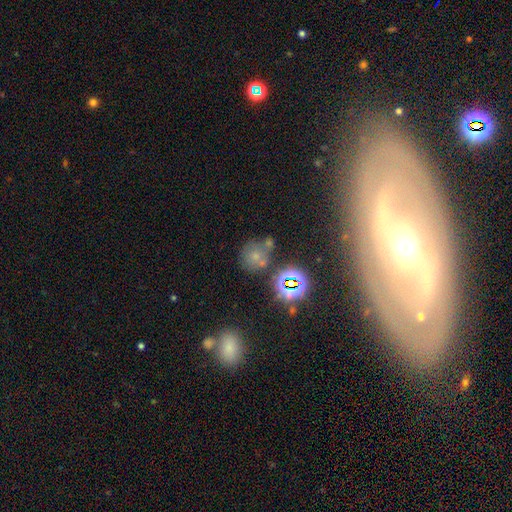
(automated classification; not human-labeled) The model was most divided on "smooth or featured": smooth: 52%, star or artifact: 33%, featured or disk: 15%. More confident: how rounded — round (82%); merging — none (55%).